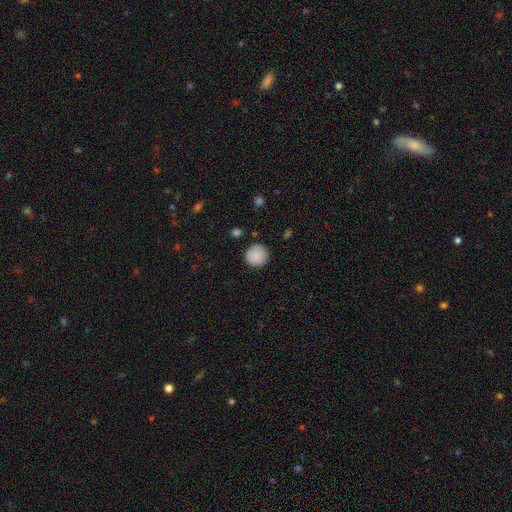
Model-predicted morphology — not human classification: smooth 87%, star or artifact 8%, featured or disk 5%. Down the decision tree: how rounded — round (94%); merging — none (88%).